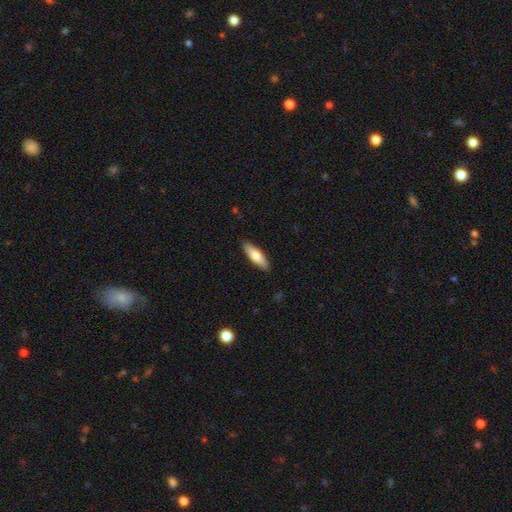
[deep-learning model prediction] Smooth or featured? Predicted: smooth (p=0.71). How rounded? Predicted: cigar-shaped (p=0.55). Merging? Predicted: none (p=0.89).